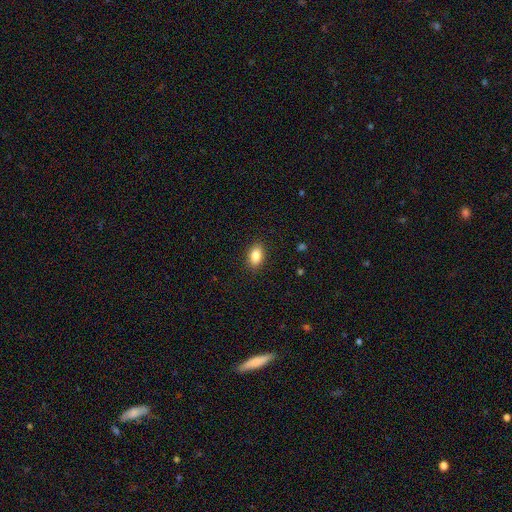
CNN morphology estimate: smooth-or-featured: smooth: 86% | star or artifact: 8% | featured or disk: 6%
  how-rounded: in between: 87% | round: 11% | cigar-shaped: 2%
  merging: none: 89% | minor disturbance: 8% | major disturbance: 2% | merger: 1%